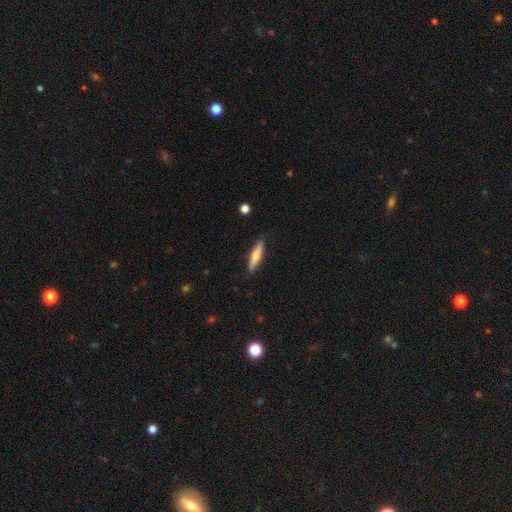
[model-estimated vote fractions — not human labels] smooth 56%, featured or disk 38%, star or artifact 6%. Down the decision tree: how rounded — cigar-shaped (84%); merging — none (87%).